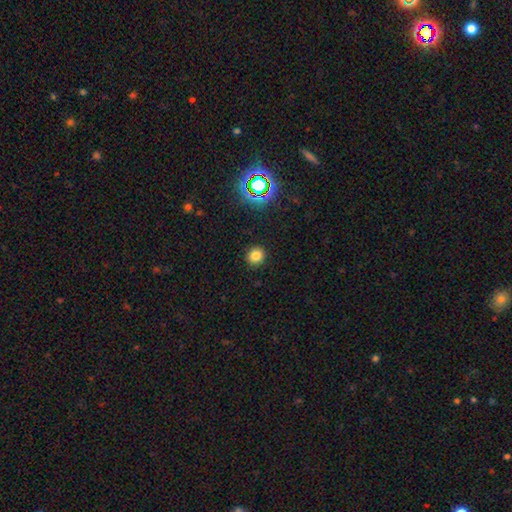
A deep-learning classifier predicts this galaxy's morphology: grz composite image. It shows a smooth galaxy with no disk features (80%) that is round (86%). Merging: none (91%).